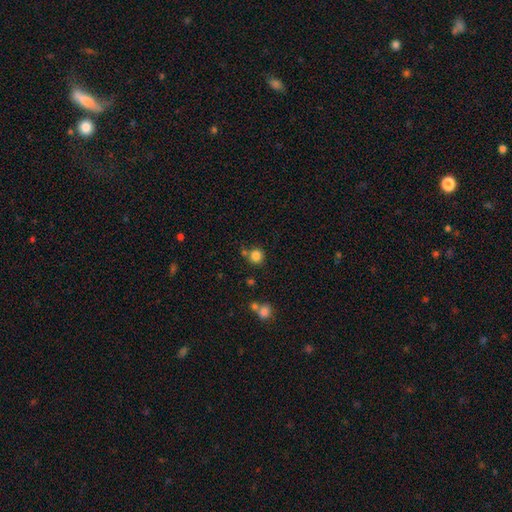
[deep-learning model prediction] Smooth or featured: smooth — 83% (star or artifact — 12%)
How rounded: round — 91% (in between — 8%)
Merging: none — 72% (merger — 13%)